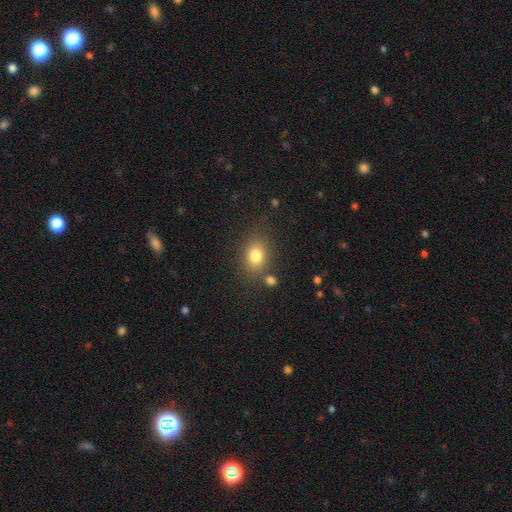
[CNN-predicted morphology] A smooth galaxy with no disk features (80%) that is in between round and cigar-shaped (65%).

Vote fractions:
- Smooth or featured? smooth: 80% / star or artifact: 11% / featured or disk: 9%
- How rounded? in between: 65% / round: 34% / cigar-shaped: 1%
- Merging? none: 73% / minor disturbance: 13% / merger: 9% / major disturbance: 5%